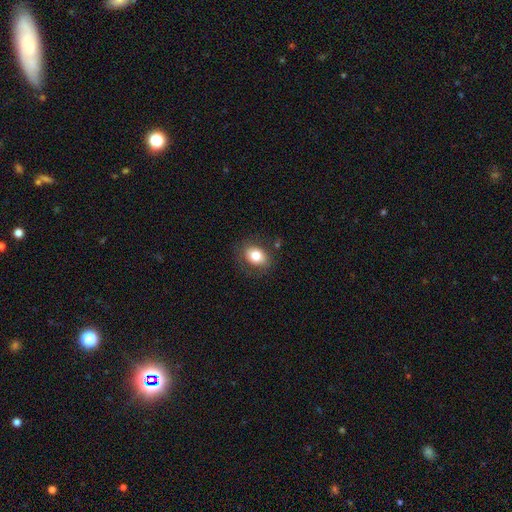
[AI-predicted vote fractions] A smooth galaxy with no disk features (79%) that is in between round and cigar-shaped (61%). Merging: none (81%).